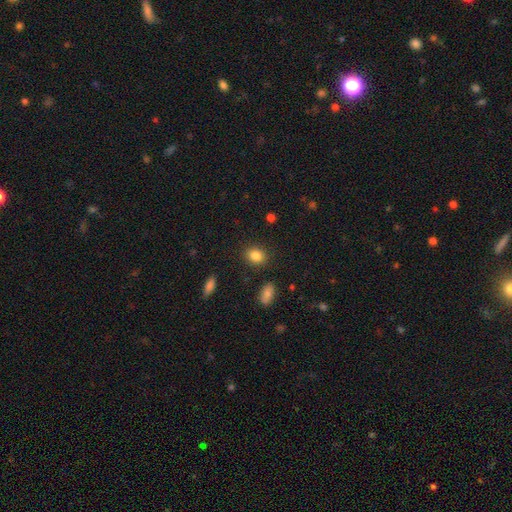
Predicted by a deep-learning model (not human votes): A smooth galaxy with no disk features (85%) that is in between round and cigar-shaped (52%).

Vote fractions:
- Smooth or featured? smooth: 85% / star or artifact: 9% / featured or disk: 6%
- How rounded? in between: 52% / round: 47% / cigar-shaped: 1%
- Merging? none: 87% / minor disturbance: 8% / major disturbance: 3% / merger: 2%